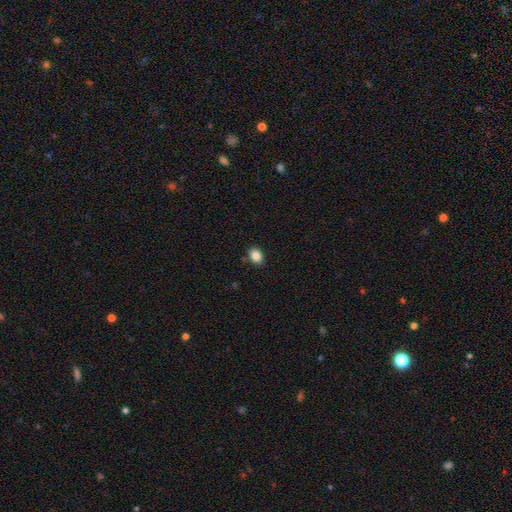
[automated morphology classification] A smooth galaxy with no disk features (86%) that is in between round and cigar-shaped (61%).

Vote fractions:
- Smooth or featured? smooth: 86% / star or artifact: 10% / featured or disk: 4%
- How rounded? in between: 61% / round: 38% / cigar-shaped: 1%
- Merging? none: 85% / minor disturbance: 10% / merger: 3% / major disturbance: 2%